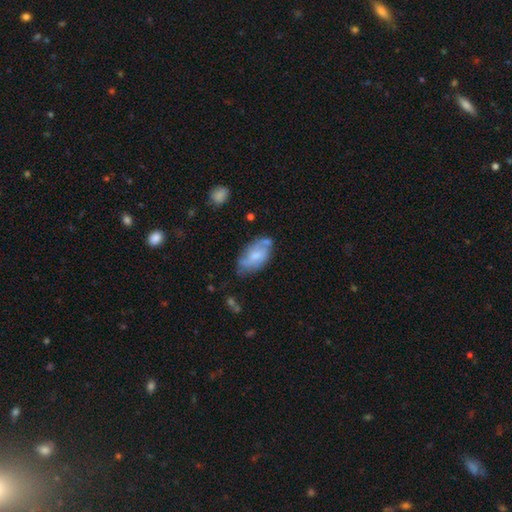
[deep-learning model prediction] featured or disk 50%, smooth 43%, star or artifact 7%. Down the decision tree: merging — none (54%).